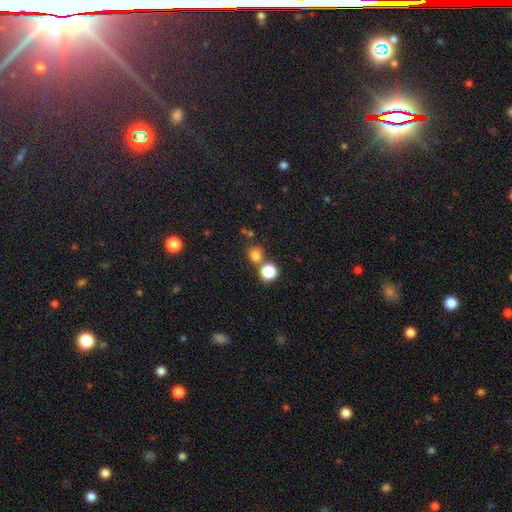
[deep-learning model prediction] Morphology: type=smooth (75%); roundness=round (83%); merging=none (64%).